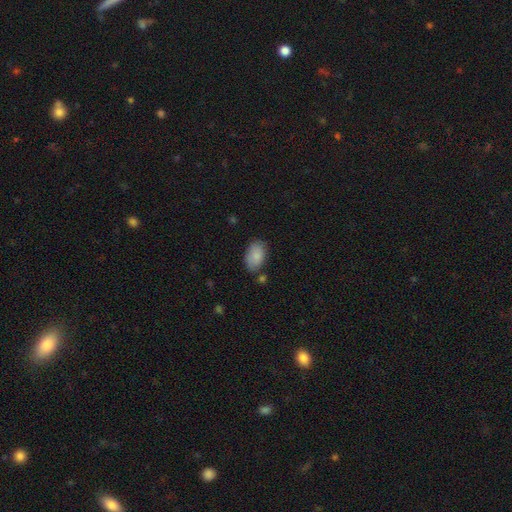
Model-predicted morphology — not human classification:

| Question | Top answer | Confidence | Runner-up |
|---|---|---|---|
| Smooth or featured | smooth | 87% | star or artifact (7%) |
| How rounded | in between | 93% | round (6%) |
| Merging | none | 73% | minor disturbance (18%) |